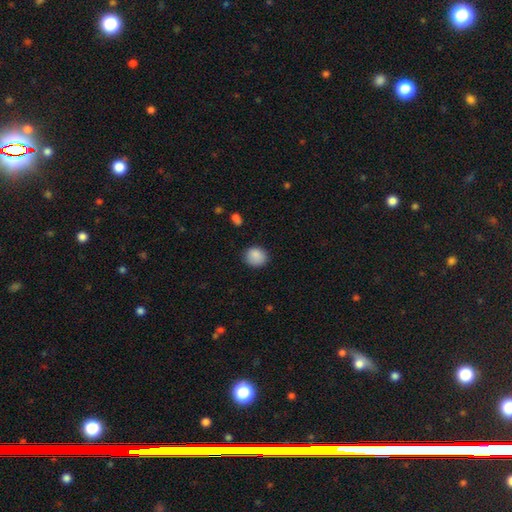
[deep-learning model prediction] smooth-or-featured: smooth: 88% | star or artifact: 8% | featured or disk: 4%
  how-rounded: round: 77% | in between: 22% | cigar-shaped: 1%
  merging: none: 85% | minor disturbance: 11% | major disturbance: 3% | merger: 1%